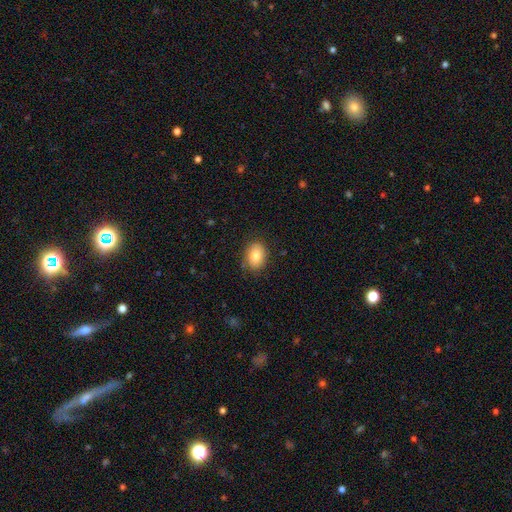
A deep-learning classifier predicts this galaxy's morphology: The model was most divided on "how rounded": in between: 72%, round: 27%, cigar-shaped: 1%. More confident: merging — none (84%); smooth or featured — smooth (83%).